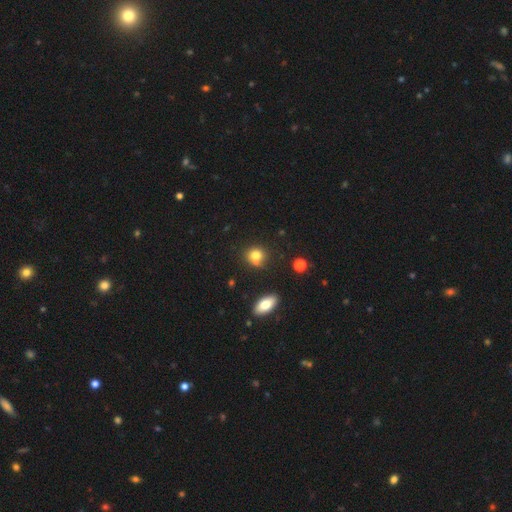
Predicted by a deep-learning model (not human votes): Smooth or featured?
  - smooth: 81% *
  - star or artifact: 11%
  - featured or disk: 8%
How rounded?
  - round: 78% *
  - in between: 21%
  - cigar-shaped: 1%
Merging?
  - none: 70% *
  - minor disturbance: 18%
  - merger: 7%
  - major disturbance: 5%